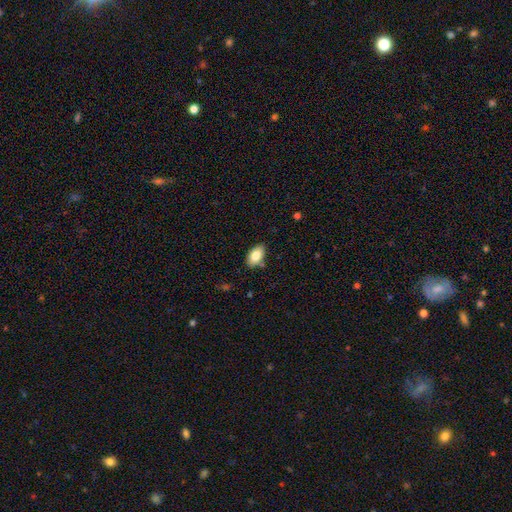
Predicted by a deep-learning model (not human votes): Smooth or featured? smooth (83%)
How rounded? in between (93%)
Merging? none (81%)